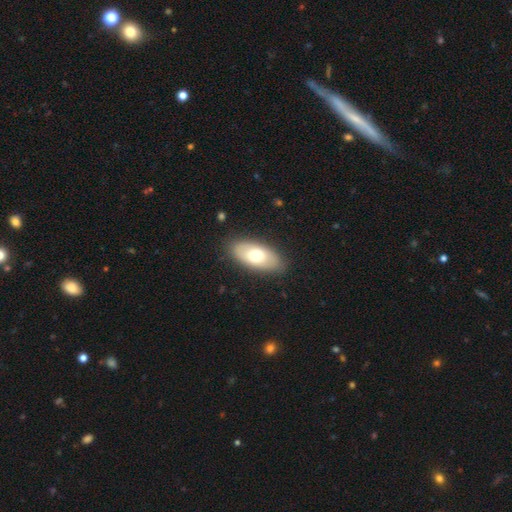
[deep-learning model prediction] Smooth or featured? smooth (67%)
How rounded? in between (91%)
Merging? none (86%)